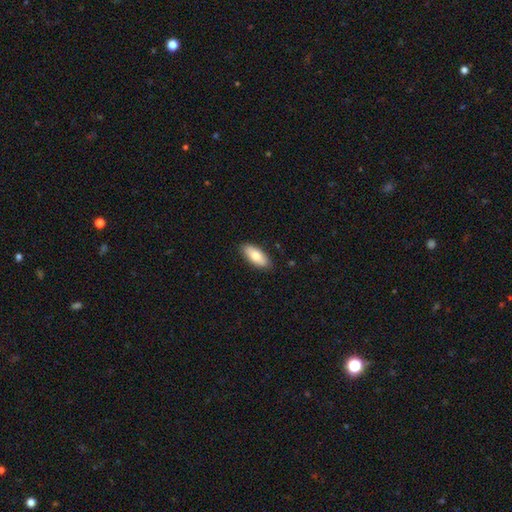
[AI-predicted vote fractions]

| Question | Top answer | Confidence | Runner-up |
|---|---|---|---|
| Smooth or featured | smooth | 79% | featured or disk (16%) |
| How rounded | in between | 86% | cigar-shaped (12%) |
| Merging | none | 86% | minor disturbance (11%) |